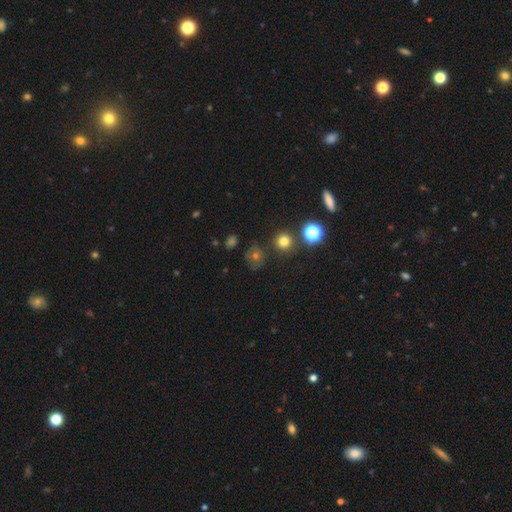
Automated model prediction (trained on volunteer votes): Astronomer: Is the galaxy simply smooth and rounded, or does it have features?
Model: smooth — 46% (runner-up: star or artifact, 38%).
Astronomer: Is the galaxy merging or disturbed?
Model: none — 77%.